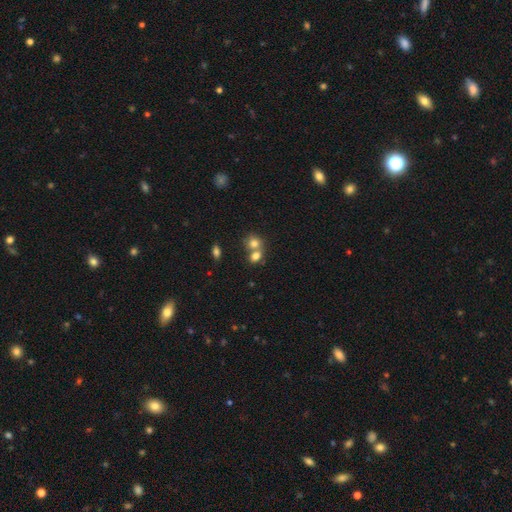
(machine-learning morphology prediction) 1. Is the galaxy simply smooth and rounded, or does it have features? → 77% smooth, 11% star or artifact, 11% featured or disk.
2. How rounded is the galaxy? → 55% round, 44% in between, 1% cigar-shaped.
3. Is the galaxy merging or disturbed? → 57% merger, 32% none, 7% minor disturbance, 3% major disturbance.